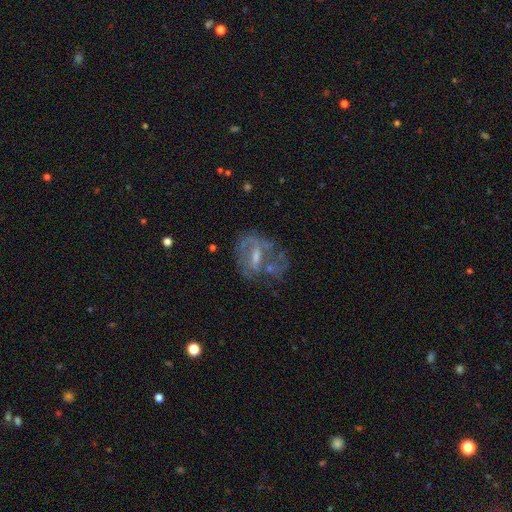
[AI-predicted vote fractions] Morphology: type=featured or disk (67%); edge-on=no (95%); bar=weak (47%); spiral arms=yes (53%); bulge=moderate (41%); merging=none (44%).